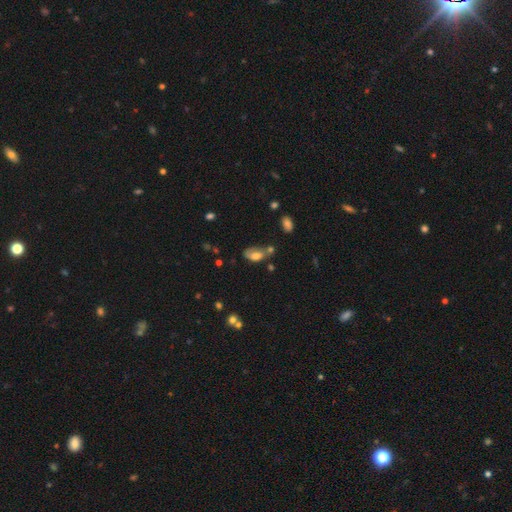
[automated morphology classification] Q: Smooth or featured?
A: smooth (64%); runner-up: featured or disk (27%)
Q: How rounded?
A: in between (90%); runner-up: round (5%)
Q: Merging?
A: none (36%); runner-up: minor disturbance (29%)